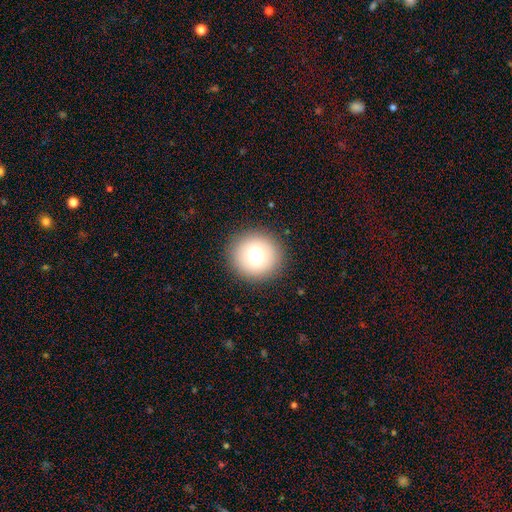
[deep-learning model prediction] Smooth or featured? Predicted: smooth (p=0.72). How rounded? Predicted: round (p=0.91). Merging? Predicted: none (p=0.89).